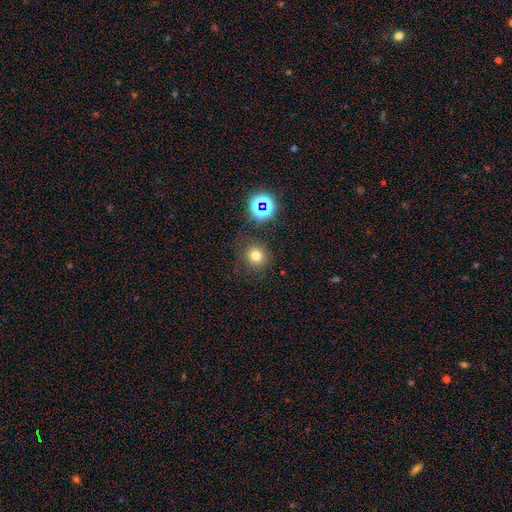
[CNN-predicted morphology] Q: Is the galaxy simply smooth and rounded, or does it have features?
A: smooth — 70%.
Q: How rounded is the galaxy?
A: round — 92%.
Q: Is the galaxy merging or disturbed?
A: none — 82%.